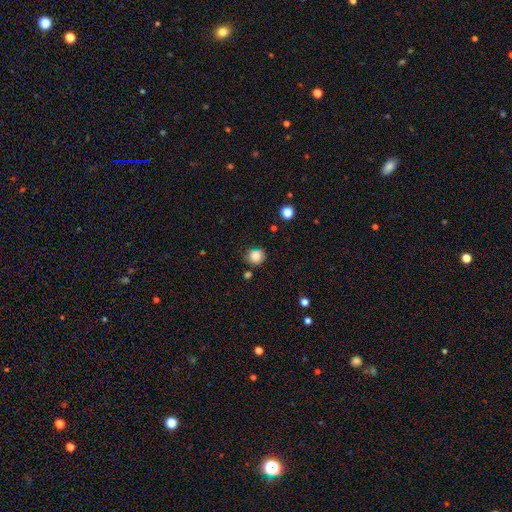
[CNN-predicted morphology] smooth_or_featured: smooth (p=0.84) [alt: star or artifact p=0.11]
how_rounded: round (p=0.84) [alt: in between p=0.15]
merging: none (p=0.74) [alt: minor disturbance p=0.17]